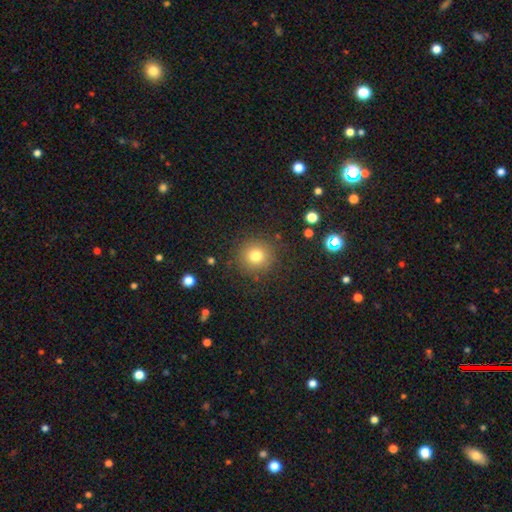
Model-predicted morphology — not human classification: type=smooth (77%); roundness=round (93%); merging=none (87%).